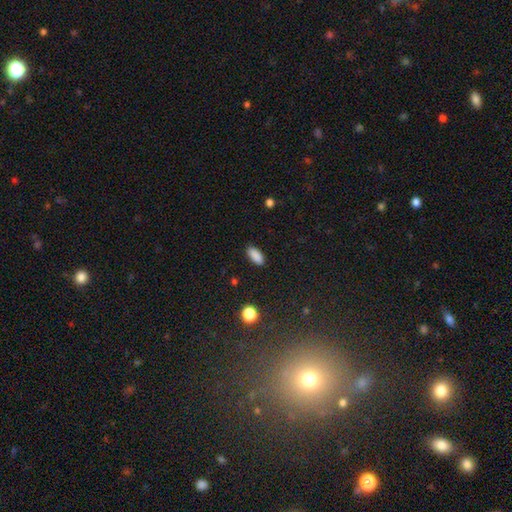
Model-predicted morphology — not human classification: type=smooth (89%); roundness=in between (86%); merging=none (88%).